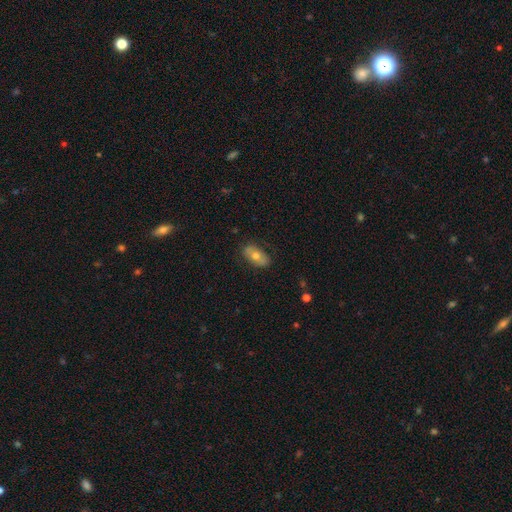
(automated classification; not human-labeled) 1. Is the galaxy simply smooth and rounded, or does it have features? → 64% smooth, 29% featured or disk, 7% star or artifact.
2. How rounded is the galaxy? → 90% in between, 6% round, 4% cigar-shaped.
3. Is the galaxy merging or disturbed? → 80% none, 15% minor disturbance, 3% major disturbance, 1% merger.